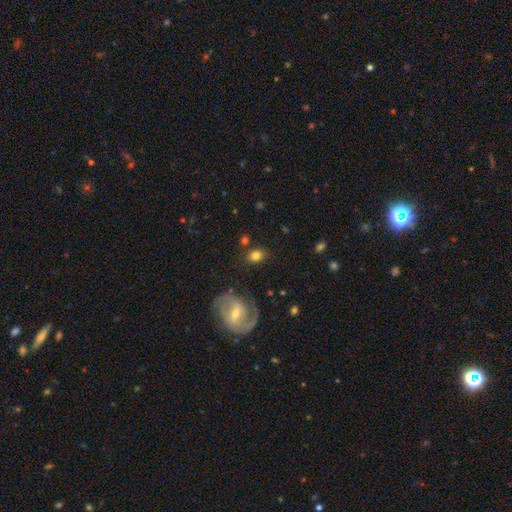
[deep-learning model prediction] Morphology: type=smooth (73%); roundness=round (49%, tied with in between); merging=none (80%).